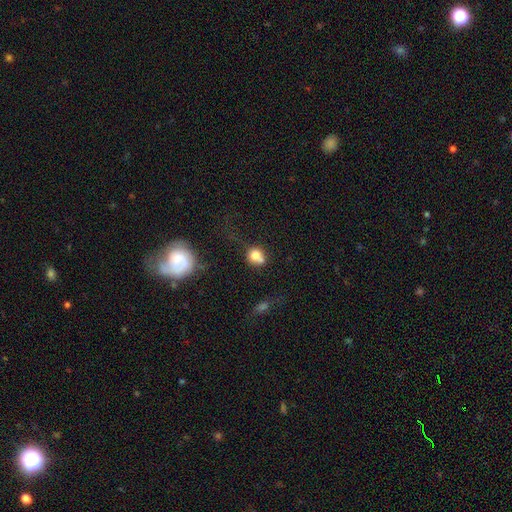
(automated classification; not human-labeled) This is likely a smooth galaxy (73%). How rounded: likely round (71%). Merging: marginally none (40%).